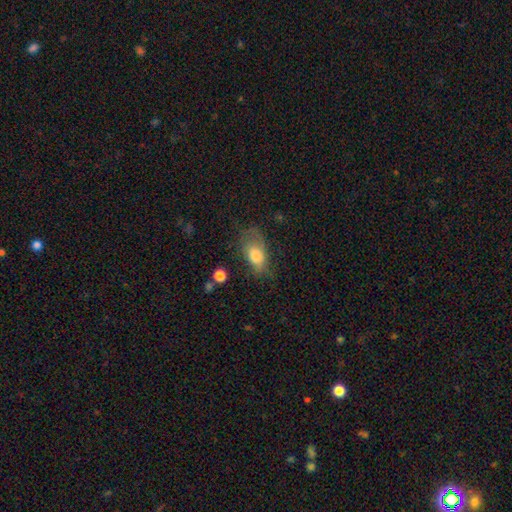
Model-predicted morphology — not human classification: The model was most divided on "merging": none: 42%, minor disturbance: 29%, major disturbance: 25%, merger: 3%. More confident: how rounded — in between (87%); smooth or featured — smooth (73%).